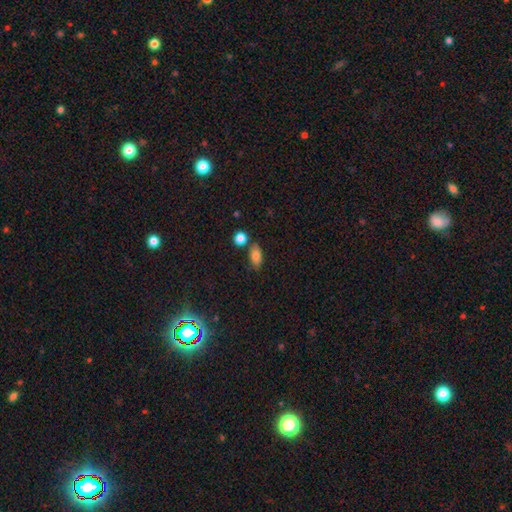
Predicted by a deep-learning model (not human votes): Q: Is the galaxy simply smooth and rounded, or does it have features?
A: smooth — 81%.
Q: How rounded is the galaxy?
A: in between — 87%.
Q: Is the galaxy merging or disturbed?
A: none — 73%.